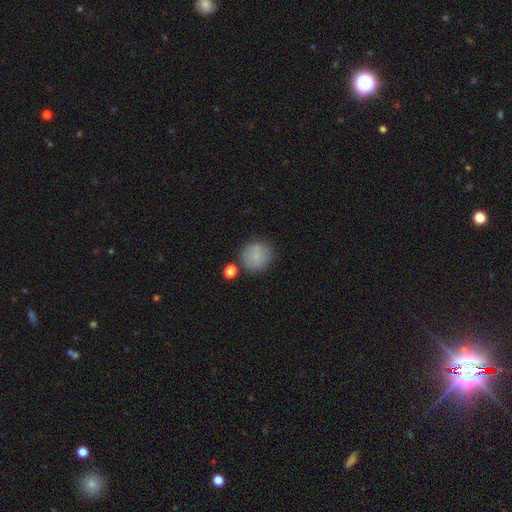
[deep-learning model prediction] Smooth or featured? Predicted: smooth (p=0.81). How rounded? Predicted: round (p=0.91). Merging? Predicted: none (p=0.76).